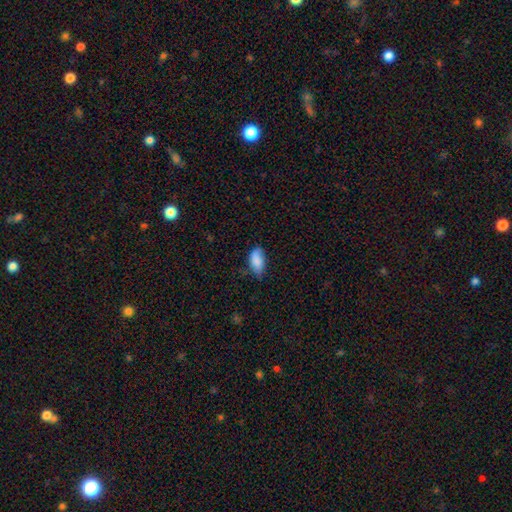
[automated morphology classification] Smooth or featured?
  - smooth: 71% *
  - star or artifact: 17%
  - featured or disk: 13%
How rounded?
  - in between: 85% *
  - cigar-shaped: 9%
  - round: 5%
Merging?
  - none: 75% *
  - minor disturbance: 18%
  - major disturbance: 5%
  - merger: 2%